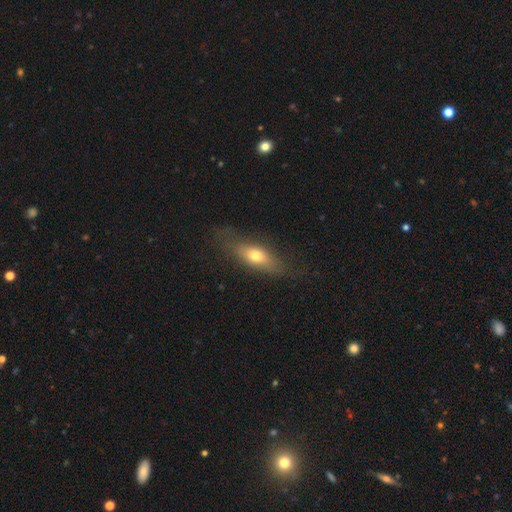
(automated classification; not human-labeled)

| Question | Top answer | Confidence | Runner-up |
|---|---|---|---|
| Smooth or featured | smooth | 63% | featured or disk (29%) |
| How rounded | in between | 63% | cigar-shaped (30%) |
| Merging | none | 71% | minor disturbance (19%) |